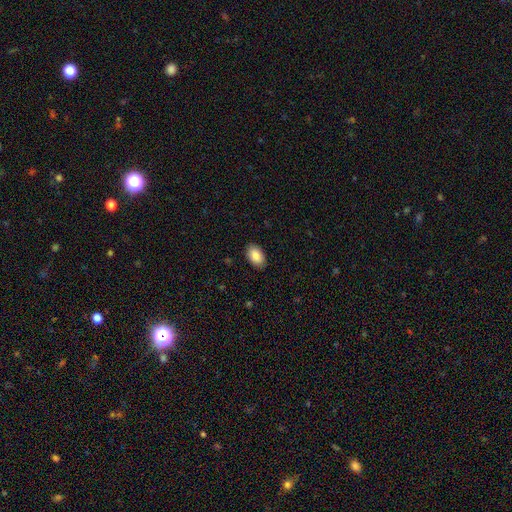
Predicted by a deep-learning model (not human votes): Smooth or featured?
  - smooth: 89% *
  - star or artifact: 6%
  - featured or disk: 5%
How rounded?
  - in between: 93% *
  - round: 6%
  - cigar-shaped: 1%
Merging?
  - none: 88% *
  - minor disturbance: 9%
  - major disturbance: 2%
  - merger: 1%